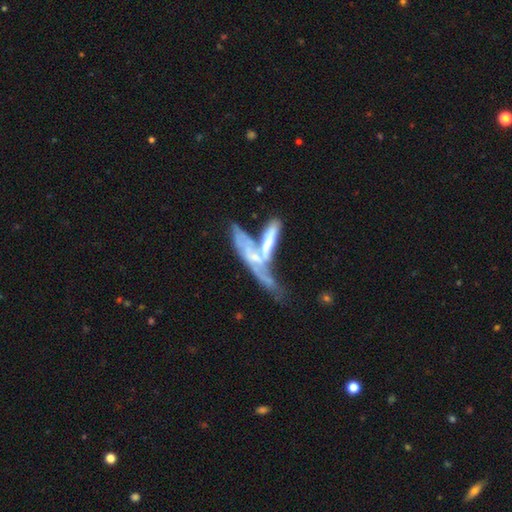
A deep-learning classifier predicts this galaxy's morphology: This is likely a featured or disk galaxy (64%). It is possibly not viewed edge-on (58%). Merging: likely merger (61%).